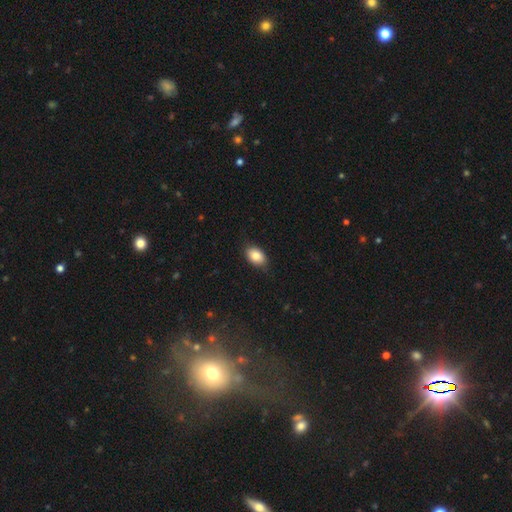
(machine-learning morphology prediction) smooth_or_featured: smooth (p=0.84) [alt: featured or disk p=0.08]
how_rounded: in between (p=0.86) [alt: round p=0.13]
merging: none (p=0.81) [alt: minor disturbance p=0.15]